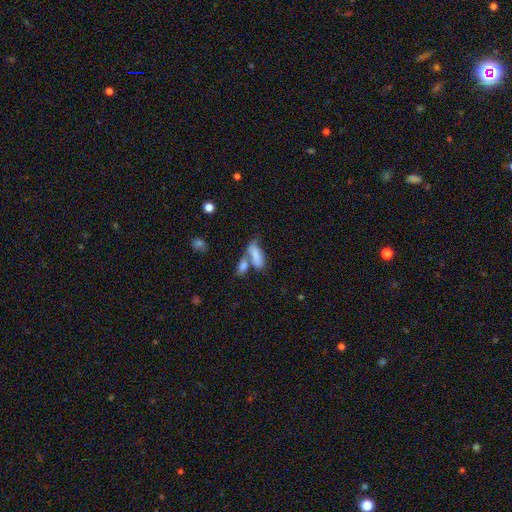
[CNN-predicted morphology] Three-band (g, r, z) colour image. It shows a smooth galaxy with no disk features (78%) that is in between round and cigar-shaped (76%). Merging: merger (54%).